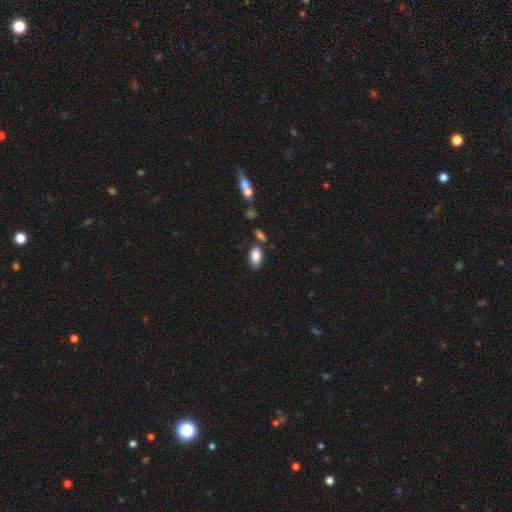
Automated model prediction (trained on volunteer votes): A smooth galaxy with no disk features (87%) that is in between round and cigar-shaped (92%). Merging: none (69%).